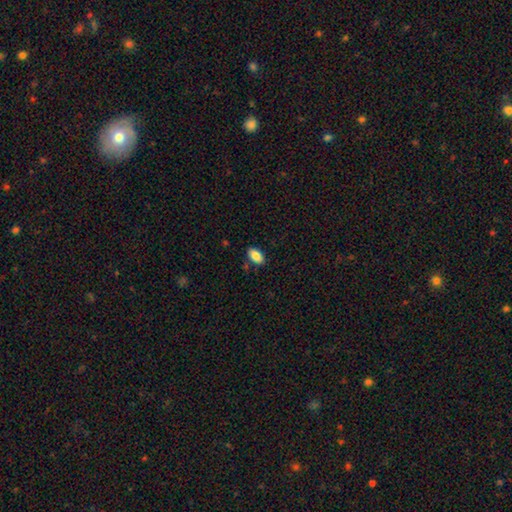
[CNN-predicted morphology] Smooth or featured? smooth (86%)
How rounded? in between (93%)
Merging? none (85%)